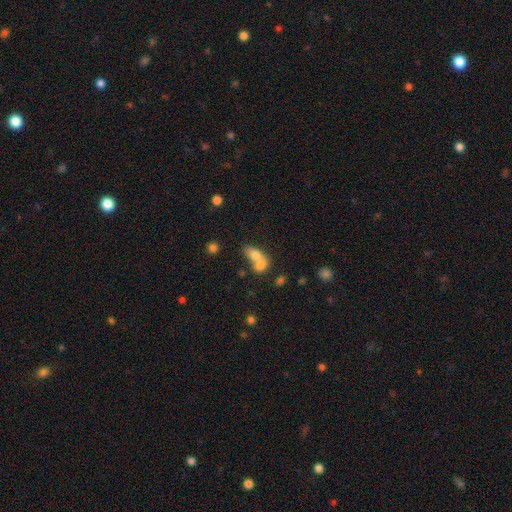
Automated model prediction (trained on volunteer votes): smooth-or-featured: smooth: 73% | featured or disk: 18% | star or artifact: 9%
  how-rounded: in between: 77% | round: 20% | cigar-shaped: 3%
  merging: merger: 72% | none: 18% | minor disturbance: 6% | major disturbance: 4%